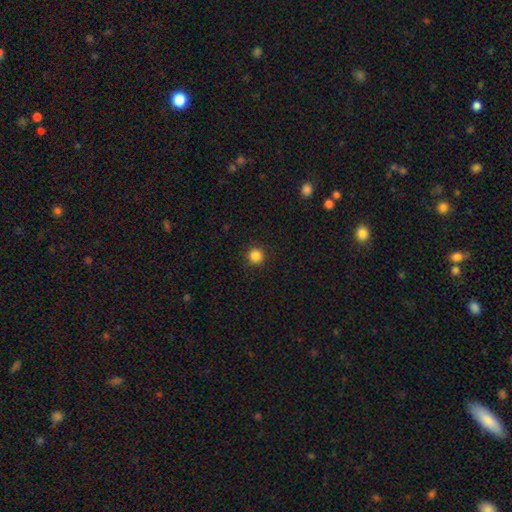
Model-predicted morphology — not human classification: Smooth or featured? smooth (85%)
How rounded? round (95%)
Merging? none (92%)